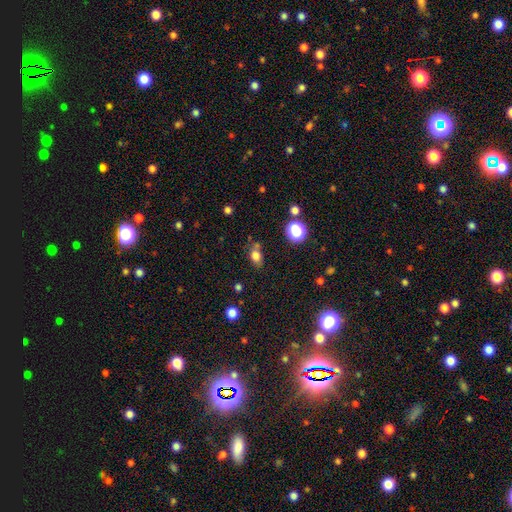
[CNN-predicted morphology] Overall: smooth (78%). How rounded: in between (67%; round 31%). Merging: none (65%).